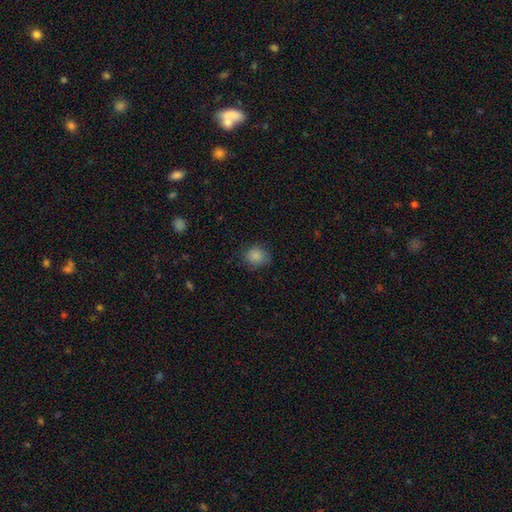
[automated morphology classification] smooth 86%, star or artifact 10%, featured or disk 4%. Down the decision tree: how rounded — round (80%); merging — none (81%).